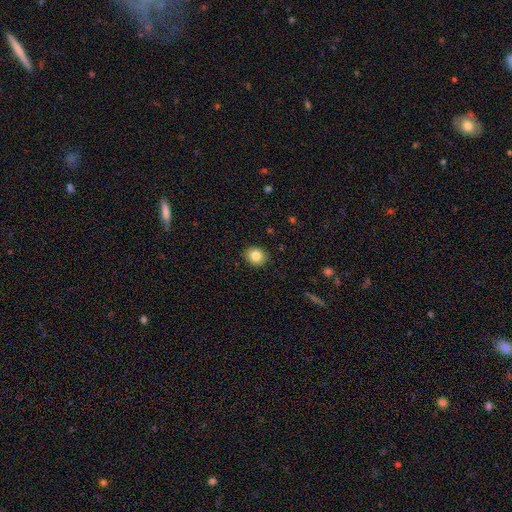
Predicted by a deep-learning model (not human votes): Smooth or featured: smooth — 83% (star or artifact — 9%)
How rounded: round — 74% (in between — 25%)
Merging: none — 91% (minor disturbance — 6%)